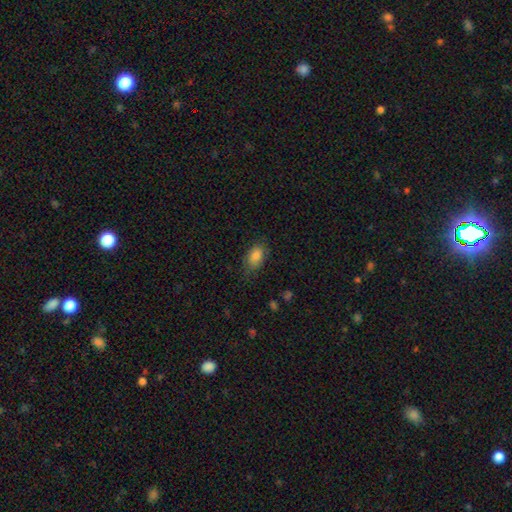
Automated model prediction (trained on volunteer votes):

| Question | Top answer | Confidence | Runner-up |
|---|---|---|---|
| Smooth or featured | smooth | 84% | star or artifact (8%) |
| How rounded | in between | 87% | round (12%) |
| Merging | none | 72% | minor disturbance (21%) |